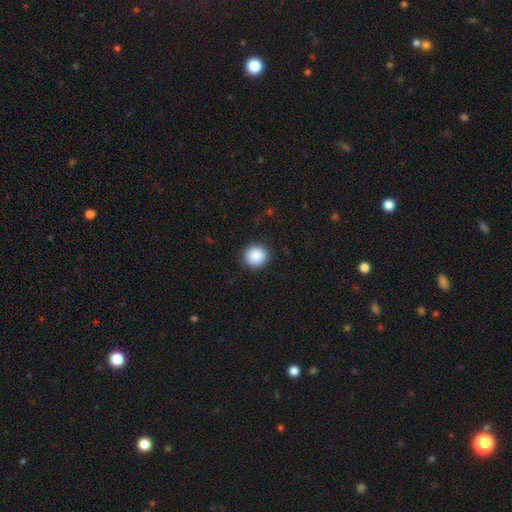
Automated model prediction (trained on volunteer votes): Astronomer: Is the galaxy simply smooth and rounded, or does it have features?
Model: smooth — 89%.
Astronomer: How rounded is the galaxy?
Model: round — 91%.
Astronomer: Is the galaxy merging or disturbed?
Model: none — 91%.